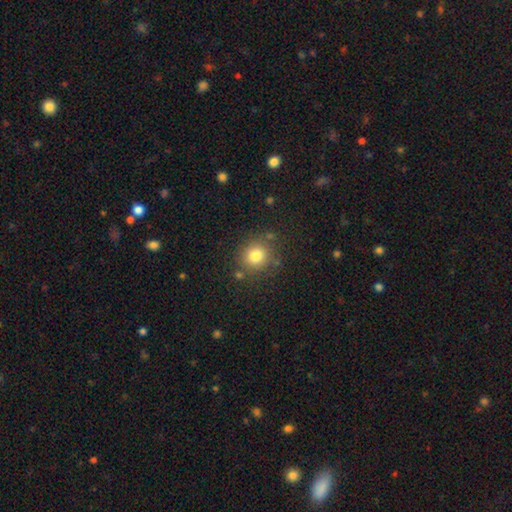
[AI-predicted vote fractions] The model was most divided on "smooth or featured": smooth: 80%, star or artifact: 12%, featured or disk: 8%. More confident: how rounded — round (86%); merging — none (81%).